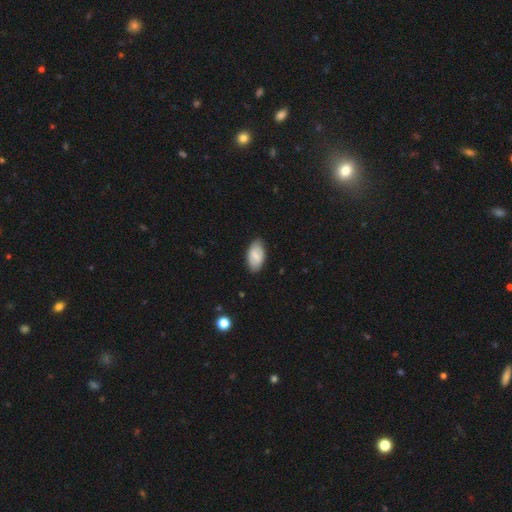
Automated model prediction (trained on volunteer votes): smooth 61%, featured or disk 32%, star or artifact 7%. Down the decision tree: how rounded — in between (94%); merging — none (80%).